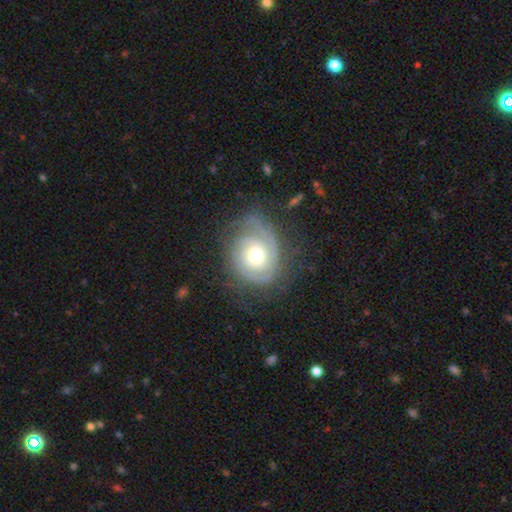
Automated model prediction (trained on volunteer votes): Smooth or featured?
  - featured or disk: 80% *
  - smooth: 14%
  - star or artifact: 6%
Edge-on disk?
  - no: 97% *
  - yes: 3%
Bar?
  - no: 79% *
  - weak: 17%
  - strong: 4%
Spiral arms?
  - yes: 93% *
  - no: 7%
Spiral winding?
  - tight: 68% *
  - medium: 24%
  - loose: 8%
Spiral arm count?
  - 2: 33% *
  - can't tell: 30%
  - 3: 16%
  - 1: 12%
  - 4: 5%
  - more than 4: 4%
Bulge size?
  - moderate: 69% *
  - small: 20%
  - large: 9%
  - dominant: 1%
  - none: 1%
Merging?
  - none: 67% *
  - minor disturbance: 20%
  - major disturbance: 11%
  - merger: 1%